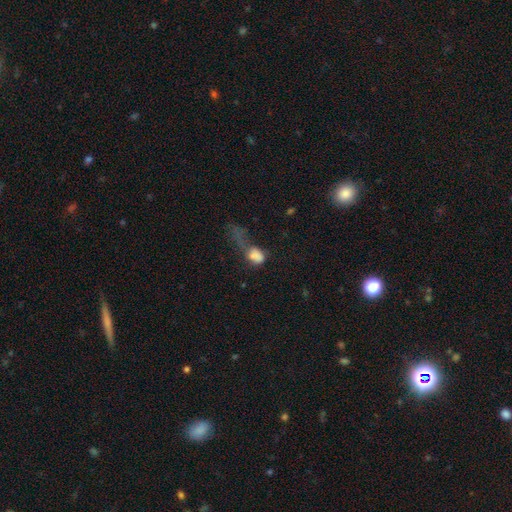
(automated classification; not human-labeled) Overall: smooth (72%). How rounded: in between (74%). Merging: major disturbance (59%).